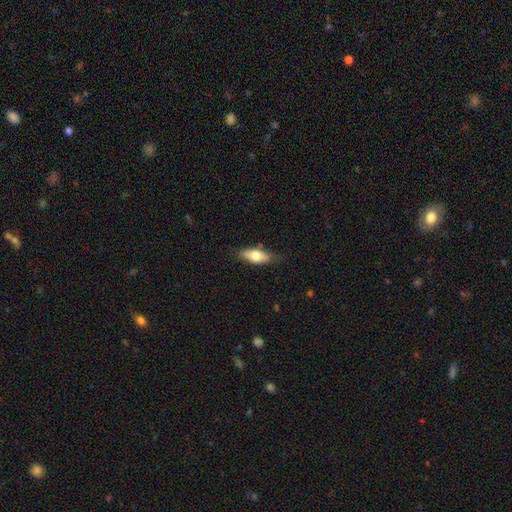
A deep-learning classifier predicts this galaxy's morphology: Smooth or featured: smooth — 67% (featured or disk — 27%)
How rounded: in between — 76% (cigar-shaped — 20%)
Merging: none — 76% (minor disturbance — 18%)